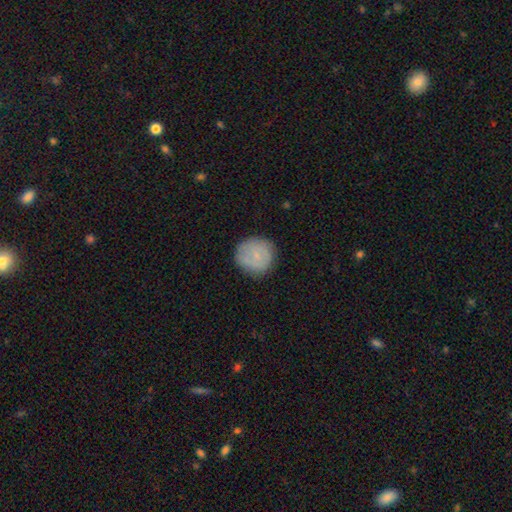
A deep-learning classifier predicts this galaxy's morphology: This is likely a smooth galaxy (74%). How rounded: clearly round (92%). Merging: clearly none (81%).